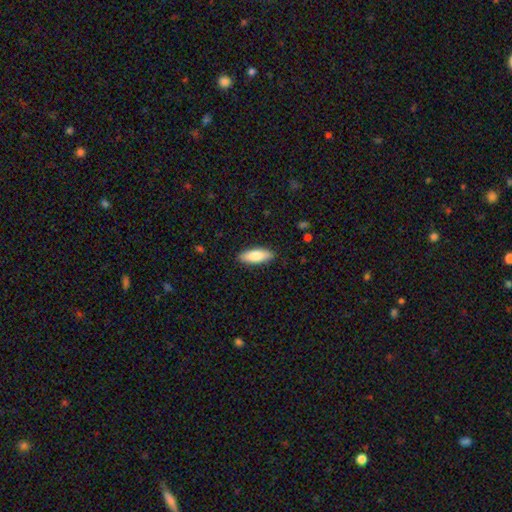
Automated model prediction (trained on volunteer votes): smooth-or-featured: smooth: 82% | featured or disk: 13% | star or artifact: 5%
  how-rounded: in between: 67% | cigar-shaped: 31% | round: 2%
  merging: none: 89% | minor disturbance: 8% | major disturbance: 2% | merger: 1%